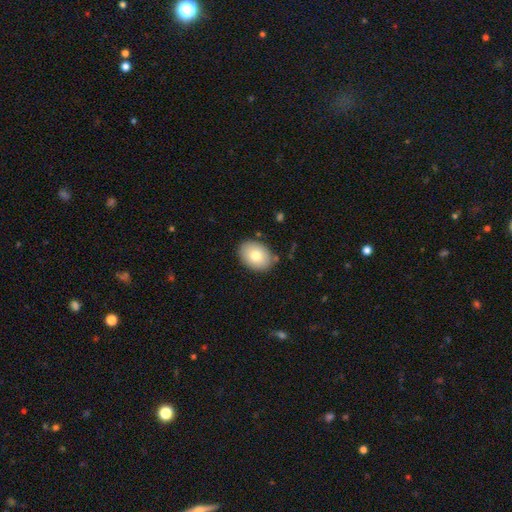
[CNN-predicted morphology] This appears to be a smooth galaxy with no disk features (78%) that is in between round and cigar-shaped (75%). Merging: none (82%).